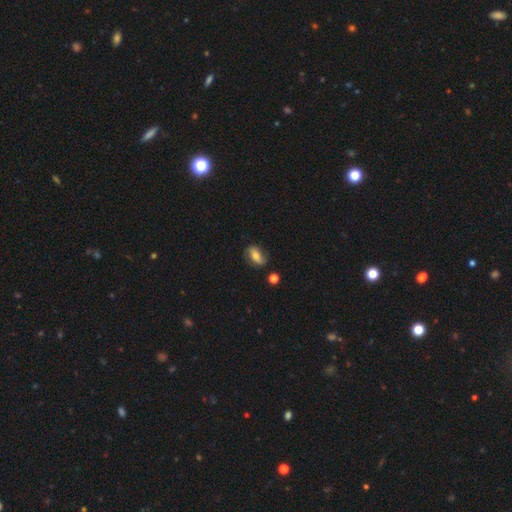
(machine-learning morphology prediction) This is possibly a smooth galaxy (50%). How rounded: clearly in between (82%). Merging: likely none (70%).